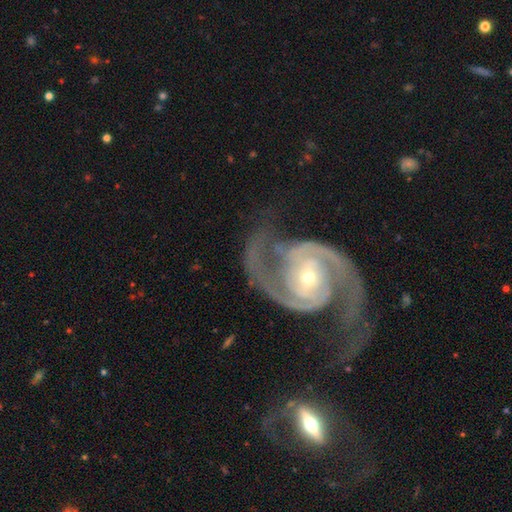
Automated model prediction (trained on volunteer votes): smooth_or_featured: featured or disk (p=0.93) [alt: star or artifact p=0.04]
disk_edge_on: no (p=0.98) [alt: yes p=0.02]
bar: no (p=0.54) [alt: weak p=0.28]
has_spiral_arms: yes (p=0.99) [alt: no p=0.01]
spiral_winding: medium (p=0.55) [alt: tight p=0.33]
spiral_arm_count: 2 (p=0.92) [alt: 3 p=0.03]
bulge_size: small (p=0.60) [alt: moderate p=0.37]
merging: none (p=0.66) [alt: minor disturbance p=0.17]